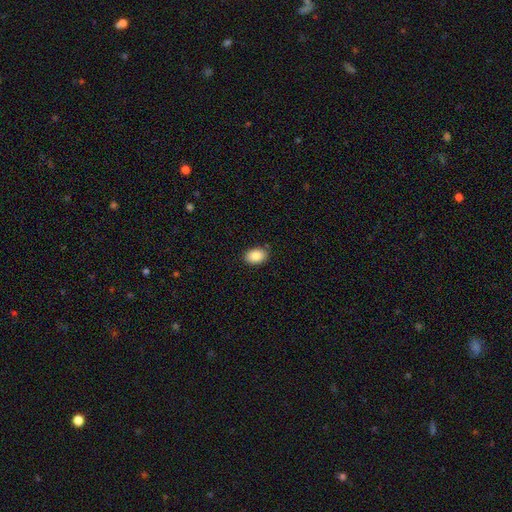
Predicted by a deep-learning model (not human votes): smooth_or_featured: smooth (p=0.87) [alt: star or artifact p=0.07]
how_rounded: in between (p=0.81) [alt: round p=0.18]
merging: none (p=0.86) [alt: minor disturbance p=0.10]